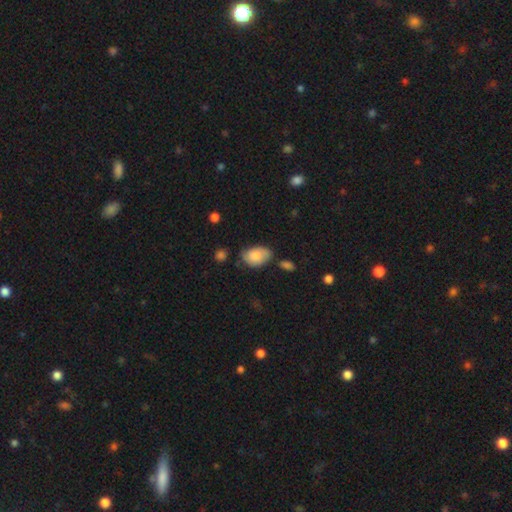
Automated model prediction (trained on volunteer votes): smooth-or-featured: smooth: 78% | featured or disk: 15% | star or artifact: 7%
  how-rounded: in between: 86% | round: 13% | cigar-shaped: 1%
  merging: none: 53% | minor disturbance: 33% | major disturbance: 8% | merger: 7%